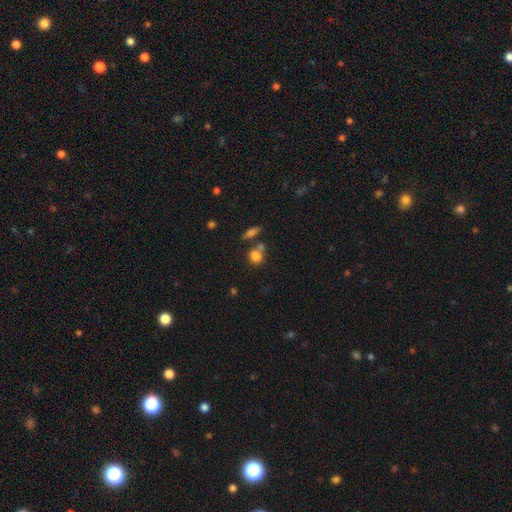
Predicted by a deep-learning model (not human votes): A smooth galaxy with no disk features (81%) that is round (59%). Merging: none (52%).